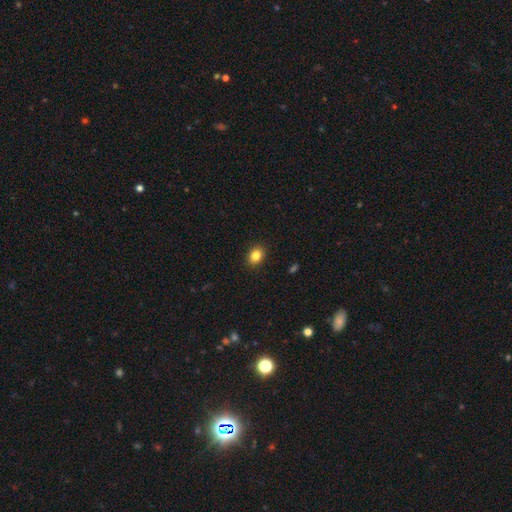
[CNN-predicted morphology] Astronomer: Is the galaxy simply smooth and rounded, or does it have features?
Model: smooth — 84%.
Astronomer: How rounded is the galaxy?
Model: in between — 56% (runner-up: round, 43%).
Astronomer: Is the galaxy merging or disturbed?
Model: none — 90%.